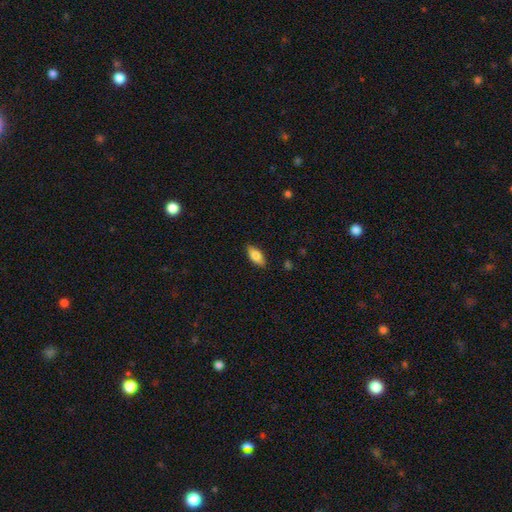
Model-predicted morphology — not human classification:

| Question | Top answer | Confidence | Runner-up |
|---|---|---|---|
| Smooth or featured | smooth | 79% | featured or disk (14%) |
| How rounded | in between | 85% | cigar-shaped (13%) |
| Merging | none | 87% | minor disturbance (10%) |